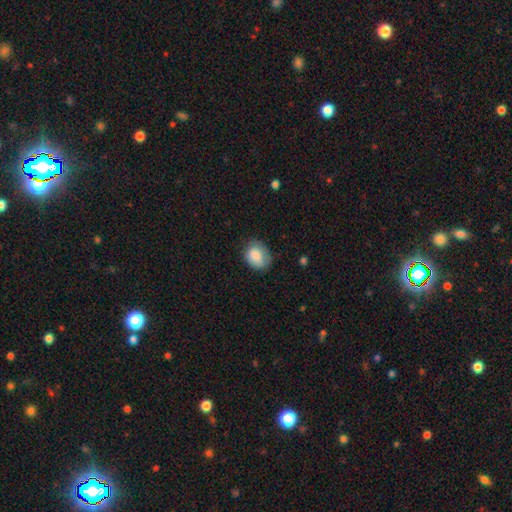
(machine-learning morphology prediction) This is clearly a smooth galaxy (84%). How rounded: possibly in between (57%). Merging: likely none (64%).